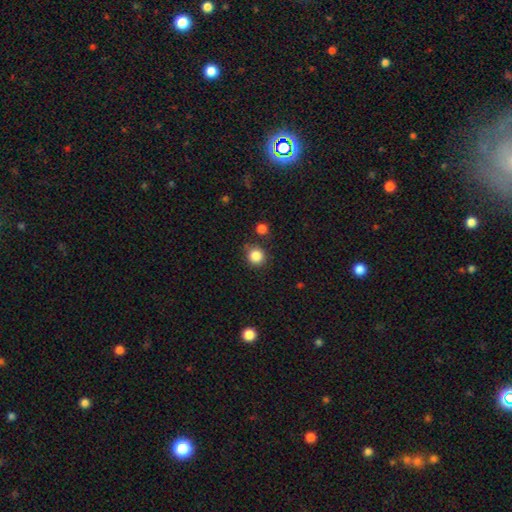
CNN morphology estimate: smooth_or_featured: smooth (p=0.86) [alt: star or artifact p=0.11]
how_rounded: round (p=0.90) [alt: in between p=0.09]
merging: none (p=0.81) [alt: minor disturbance p=0.11]